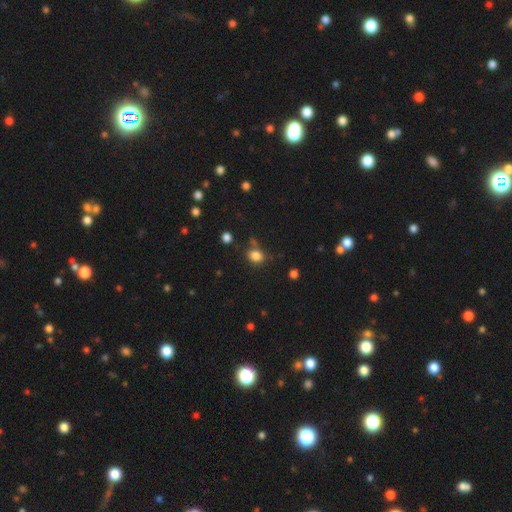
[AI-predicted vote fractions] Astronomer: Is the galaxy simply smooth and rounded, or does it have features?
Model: smooth — 82%.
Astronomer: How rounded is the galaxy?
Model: in between — 51% (runner-up: round, 48%).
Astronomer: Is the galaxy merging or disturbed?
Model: none — 71%.